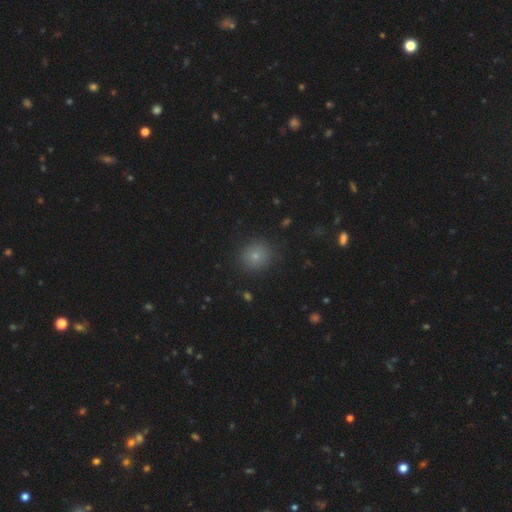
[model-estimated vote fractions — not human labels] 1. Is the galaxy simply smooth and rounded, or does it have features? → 76% smooth, 15% star or artifact, 9% featured or disk.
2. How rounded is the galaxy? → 89% round, 10% in between, 1% cigar-shaped.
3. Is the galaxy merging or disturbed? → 88% none, 8% minor disturbance, 3% major disturbance, 1% merger.